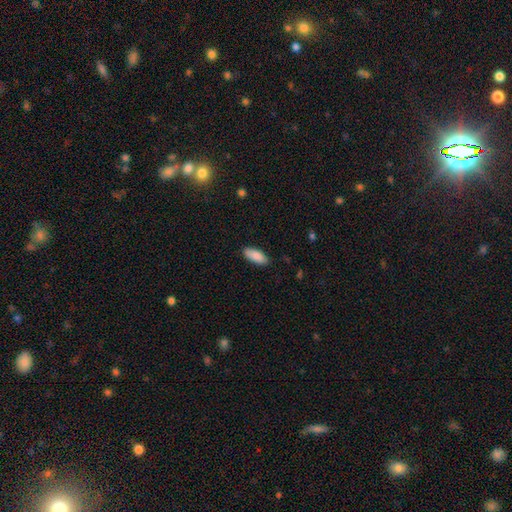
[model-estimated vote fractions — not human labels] A smooth galaxy with no disk features (89%) that is in between round and cigar-shaped (82%). Merging: none (86%).